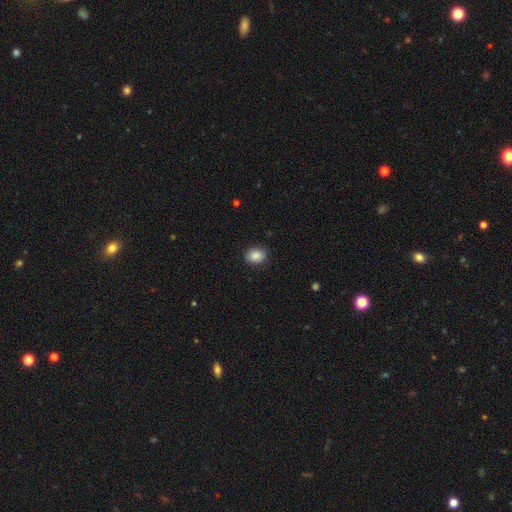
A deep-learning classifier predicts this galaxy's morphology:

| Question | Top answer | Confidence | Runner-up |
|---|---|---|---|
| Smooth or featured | smooth | 87% | star or artifact (8%) |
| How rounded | round | 51% | in between (48%) |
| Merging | none | 86% | minor disturbance (10%) |